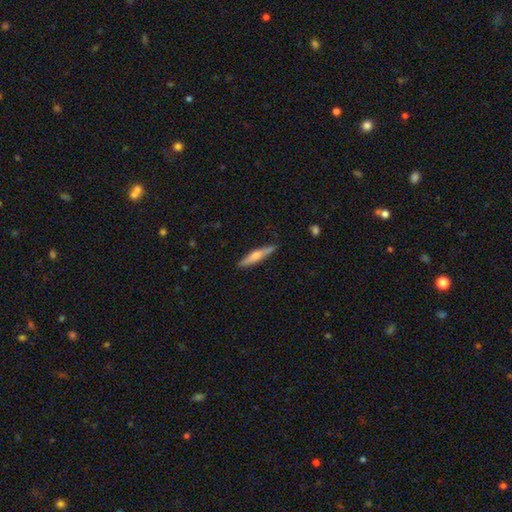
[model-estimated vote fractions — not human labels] Smooth or featured? featured or disk (49%)
Merging? none (88%)